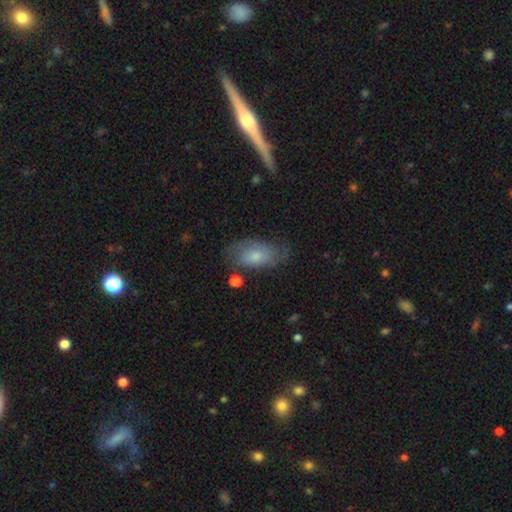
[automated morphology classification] smooth_or_featured: smooth (p=0.59) [alt: featured or disk p=0.34]
how_rounded: in between (p=0.91) [alt: round p=0.06]
merging: none (p=0.61) [alt: minor disturbance p=0.26]